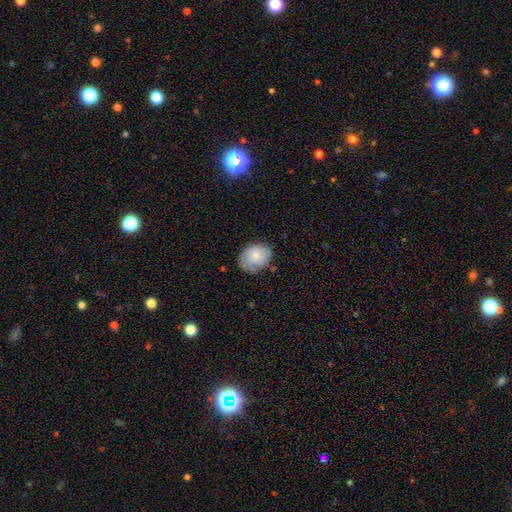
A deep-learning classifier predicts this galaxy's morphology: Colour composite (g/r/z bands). It shows a smooth galaxy with no disk features (70%) that is in between round and cigar-shaped (55%). Merging: none (64%).